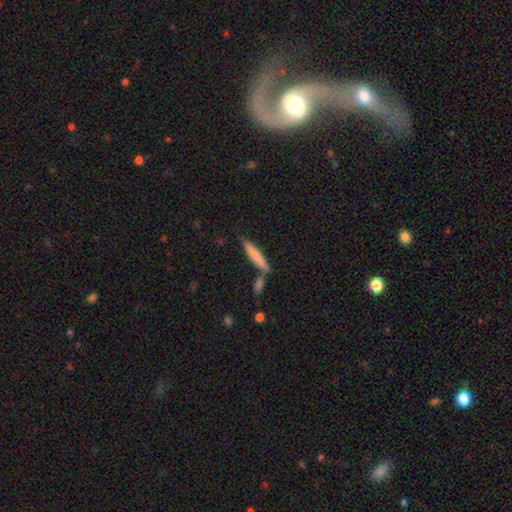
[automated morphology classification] type=smooth (72%); roundness=cigar-shaped (89%); merging=none (67%).